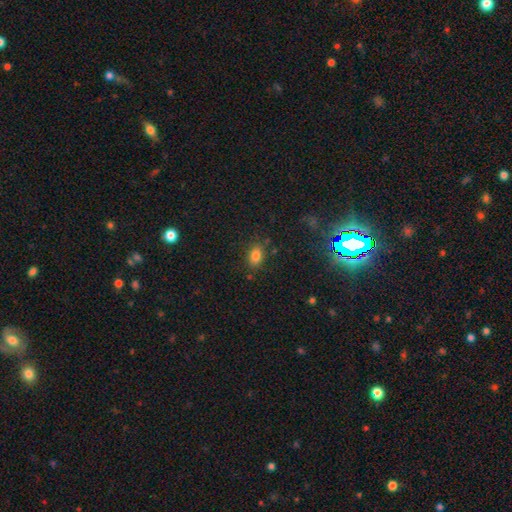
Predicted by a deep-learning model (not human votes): Smooth or featured? smooth (80%)
How rounded? in between (81%)
Merging? none (80%)